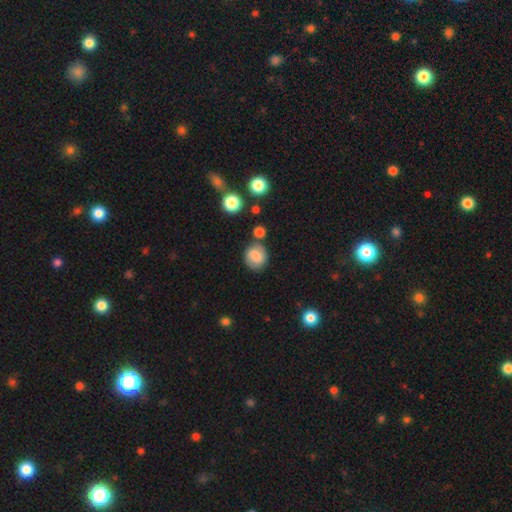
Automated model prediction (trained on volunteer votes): Smooth or featured? smooth (74%)
How rounded? round (77%)
Merging? none (74%)